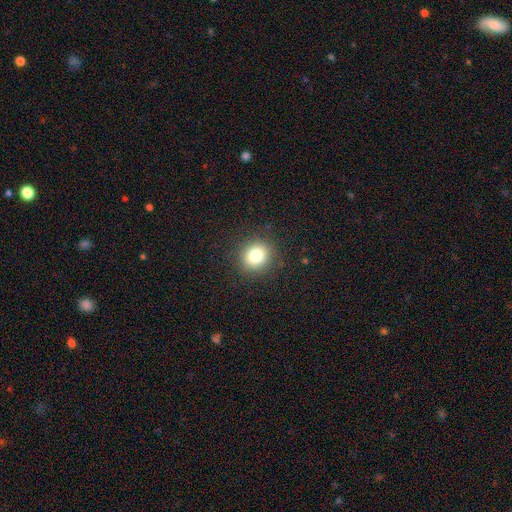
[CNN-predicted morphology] type=smooth (80%); roundness=round (83%); merging=none (89%).